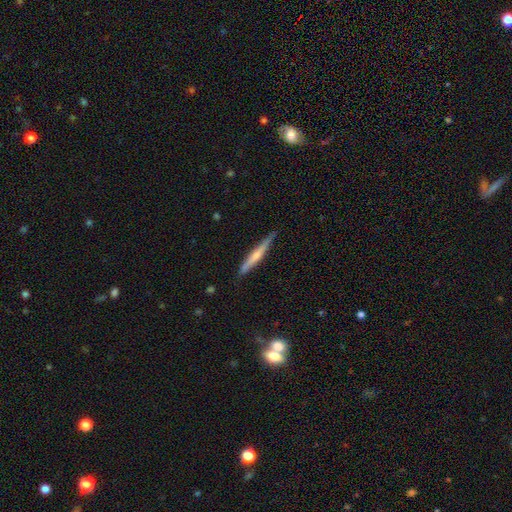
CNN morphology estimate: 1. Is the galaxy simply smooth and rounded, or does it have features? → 48% smooth, 46% featured or disk, 6% star or artifact.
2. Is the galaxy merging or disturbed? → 80% none, 16% minor disturbance, 2% major disturbance, 2% merger.